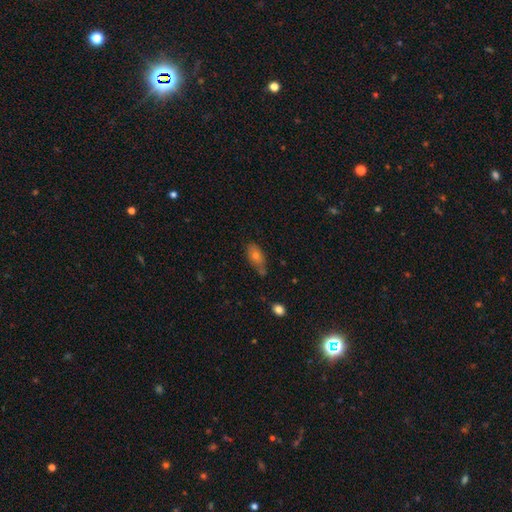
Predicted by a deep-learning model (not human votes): A smooth galaxy with no disk features (62%) that is in between round and cigar-shaped (79%).

Vote fractions:
- Smooth or featured? smooth: 62% / featured or disk: 24% / star or artifact: 14%
- How rounded? in between: 79% / cigar-shaped: 13% / round: 8%
- Merging? none: 63% / minor disturbance: 24% / merger: 7% / major disturbance: 6%